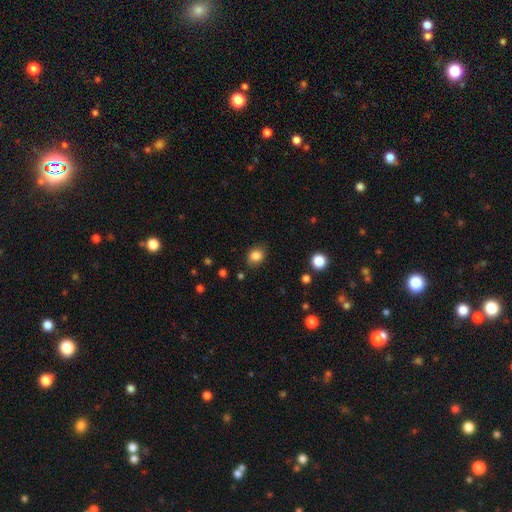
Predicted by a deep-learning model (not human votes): smooth_or_featured: smooth (p=0.85) [alt: star or artifact p=0.10]
how_rounded: round (p=0.55) [alt: in between p=0.44]
merging: none (p=0.81) [alt: minor disturbance p=0.14]